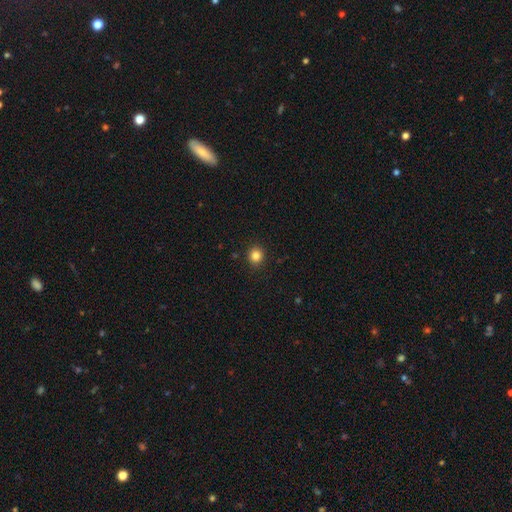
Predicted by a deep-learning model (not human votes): This is clearly a smooth galaxy (84%). How rounded: clearly round (89%). Merging: clearly none (91%).